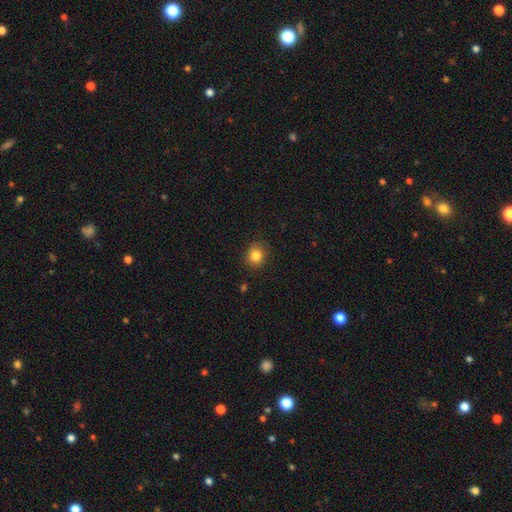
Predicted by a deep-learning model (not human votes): Morphology: type=smooth (83%); roundness=round (74%); merging=none (86%).